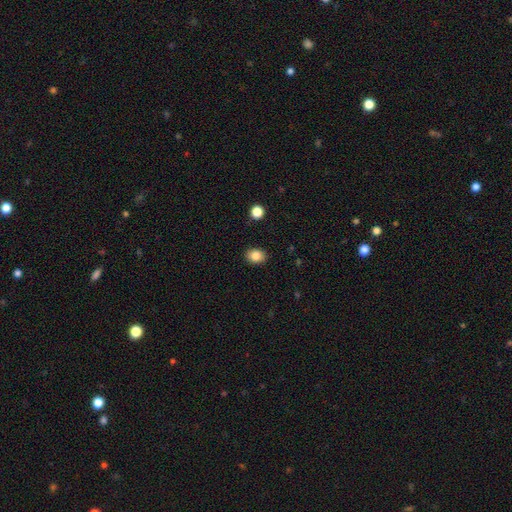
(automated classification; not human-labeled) Smooth or featured? Predicted: smooth (p=0.85). How rounded? Predicted: in between (p=0.62). Merging? Predicted: none (p=0.89).